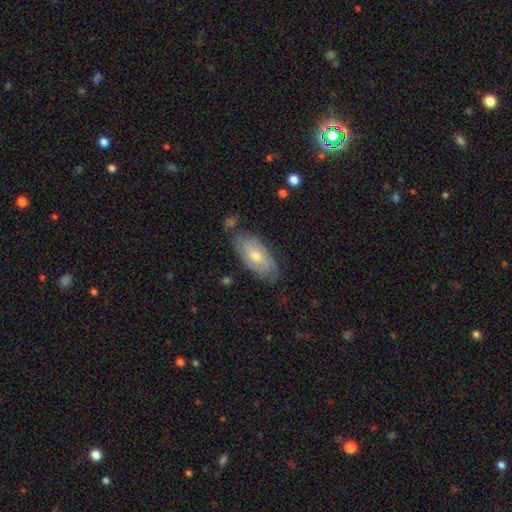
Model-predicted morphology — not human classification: This appears to be a smooth galaxy with no disk features (47%, tied with featured or disk). Merging: none (71%).